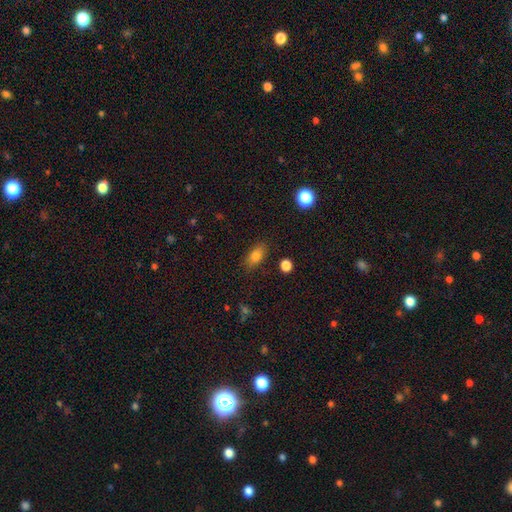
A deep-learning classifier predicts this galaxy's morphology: Overall: smooth (81%). How rounded: in between (85%). Merging: none (83%).